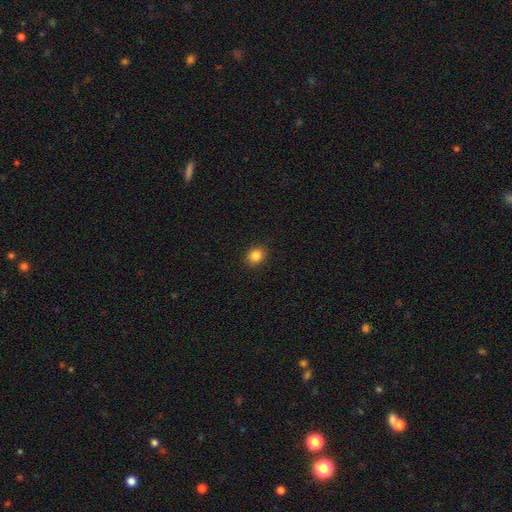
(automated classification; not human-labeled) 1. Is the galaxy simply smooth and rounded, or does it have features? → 84% smooth, 11% star or artifact, 5% featured or disk.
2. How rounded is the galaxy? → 66% round, 33% in between, 1% cigar-shaped.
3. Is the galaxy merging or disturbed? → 91% none, 6% minor disturbance, 2% major disturbance, 1% merger.